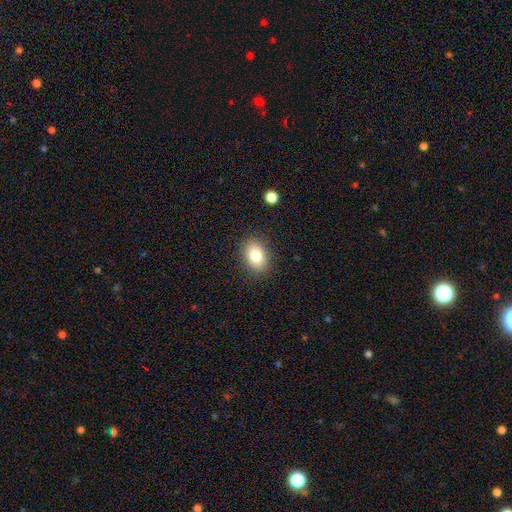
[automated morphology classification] The model was most divided on "how rounded": in between: 79%, round: 19%, cigar-shaped: 1%. More confident: merging — none (87%); smooth or featured — smooth (83%).